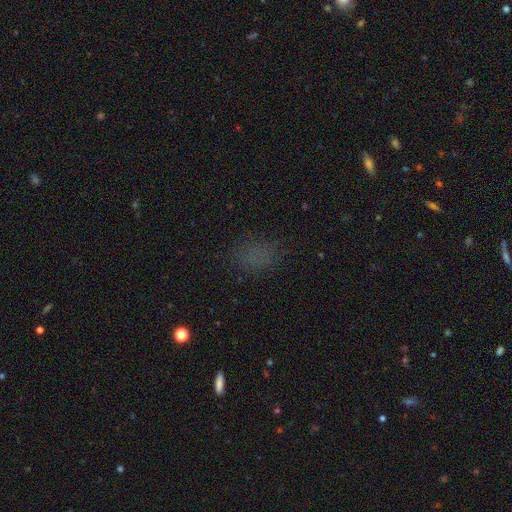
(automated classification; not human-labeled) The model was most divided on "smooth or featured": smooth: 67%, star or artifact: 26%, featured or disk: 7%. More confident: merging — none (80%); how rounded — in between (74%).